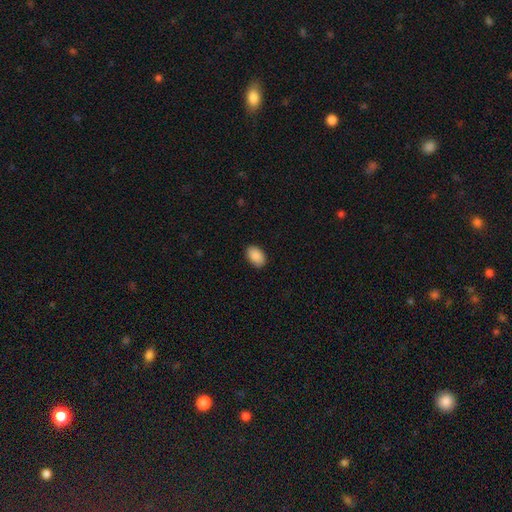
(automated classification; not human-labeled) The model was most divided on "how rounded": in between: 89%, round: 10%, cigar-shaped: 1%. More confident: smooth or featured — smooth (90%); merging — none (88%).